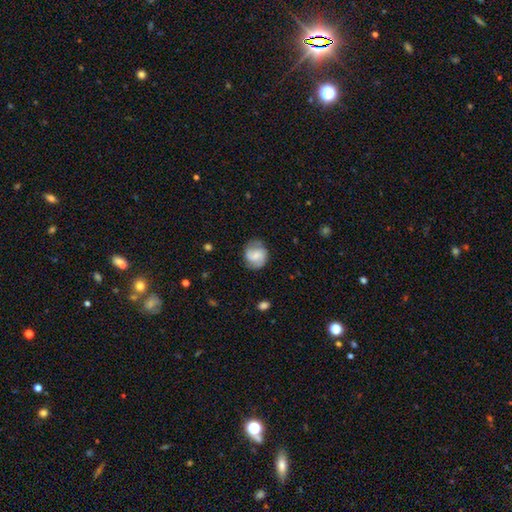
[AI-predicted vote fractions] Smooth or featured? featured or disk (48%)
Merging? none (73%)